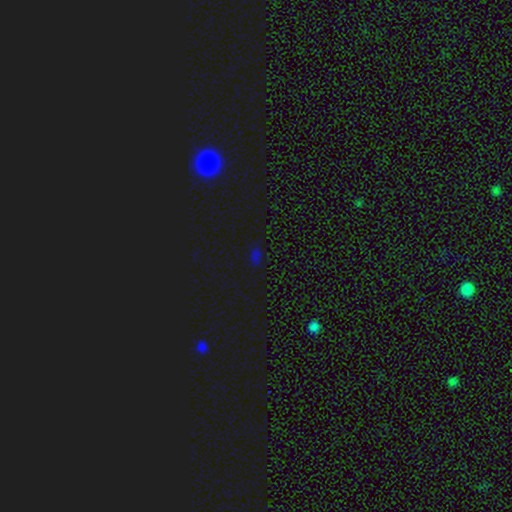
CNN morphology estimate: type=star or artifact (58%).